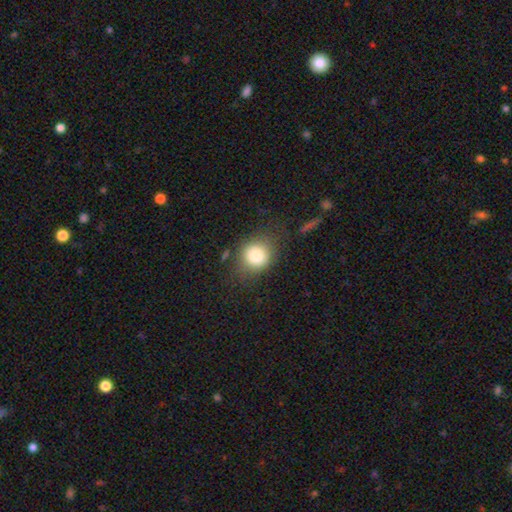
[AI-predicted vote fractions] Overall: smooth (83%). How rounded: round (78%). Merging: none (70%).